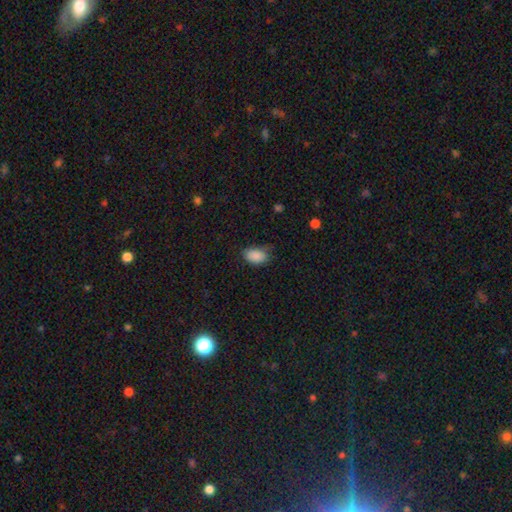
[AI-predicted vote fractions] Morphology: type=smooth (88%); roundness=in between (91%); merging=none (64%).